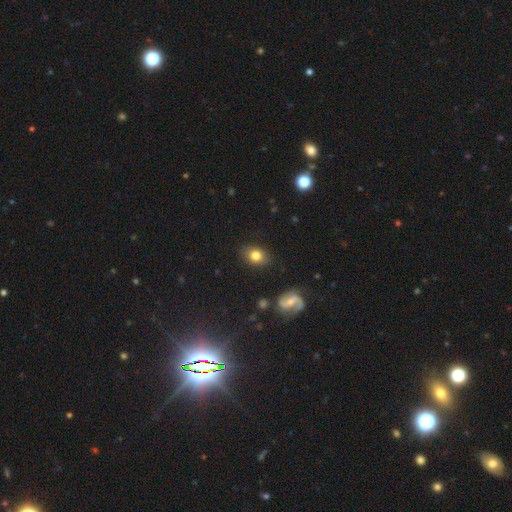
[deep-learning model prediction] This is likely a smooth galaxy (76%). How rounded: possibly in between (59%). Merging: clearly none (84%).